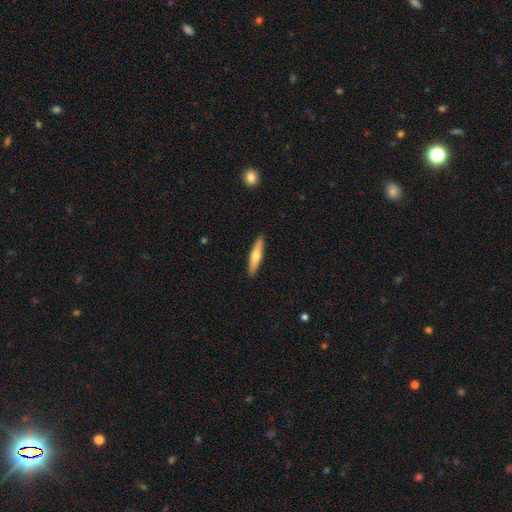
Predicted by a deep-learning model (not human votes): Smooth or featured? smooth (57%)
How rounded? cigar-shaped (84%)
Merging? none (91%)